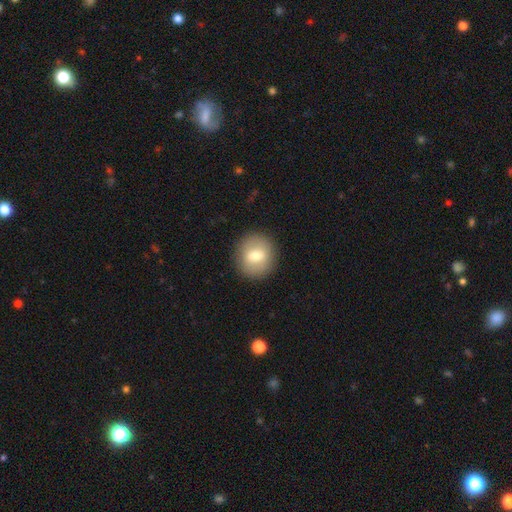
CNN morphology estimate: Smooth or featured? Predicted: smooth (p=0.67). How rounded? Predicted: round (p=0.85). Merging? Predicted: none (p=0.89).